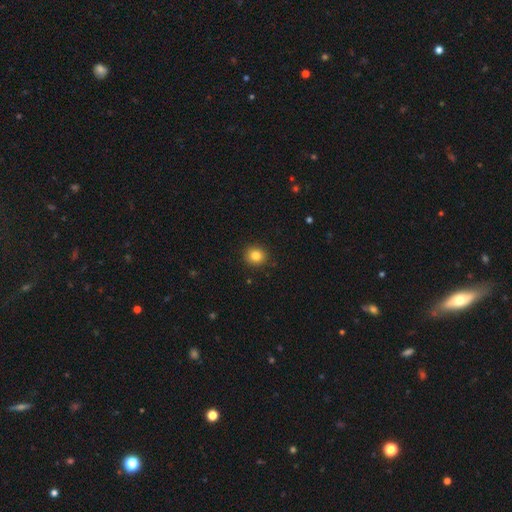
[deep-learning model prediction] smooth 84%, star or artifact 11%, featured or disk 6%. Down the decision tree: how rounded — round (83%); merging — none (90%).